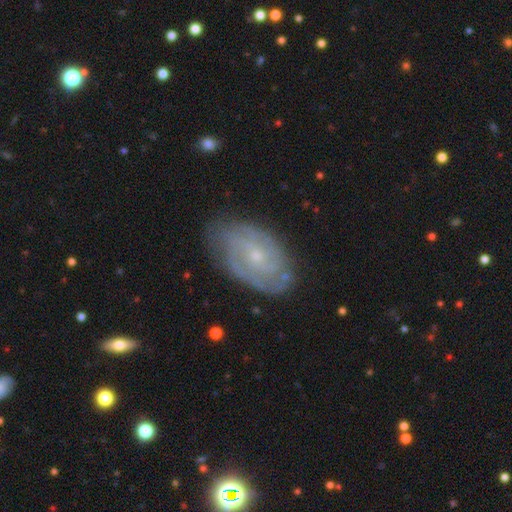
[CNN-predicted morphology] Smooth or featured? Predicted: featured or disk (p=0.80). Edge-on disk? Predicted: no (p=0.96). Bar? Predicted: no (p=0.67). Spiral arms? Predicted: yes (p=0.92). Spiral winding? Predicted: tight (p=0.62). Spiral arm count? Predicted: can't tell (p=0.36). Bulge size? Predicted: small (p=0.74). Merging? Predicted: none (p=0.76).